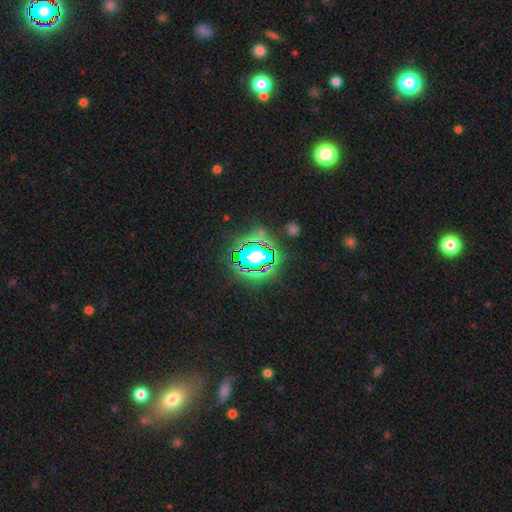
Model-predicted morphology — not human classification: Q: Smooth or featured?
A: star or artifact (74%); runner-up: smooth (16%)